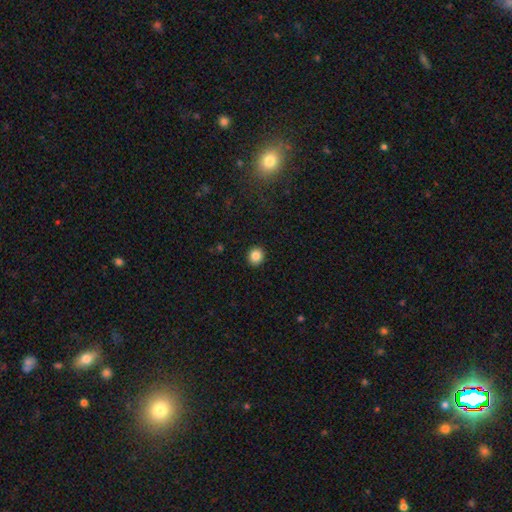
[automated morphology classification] type=smooth (85%); roundness=round (87%); merging=none (92%).